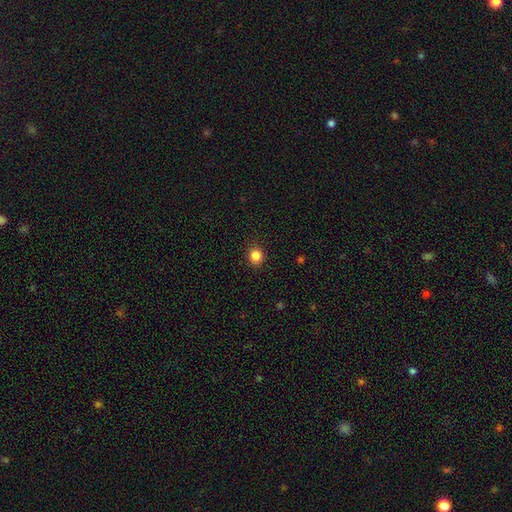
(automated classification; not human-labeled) The model was most divided on "how rounded": round: 80%, in between: 19%, cigar-shaped: 1%. More confident: merging — none (89%); smooth or featured — smooth (85%).